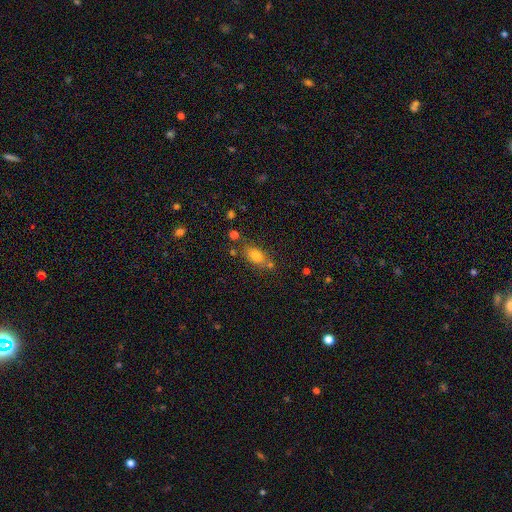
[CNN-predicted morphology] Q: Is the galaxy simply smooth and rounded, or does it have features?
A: smooth — 76%.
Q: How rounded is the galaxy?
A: in between — 79%.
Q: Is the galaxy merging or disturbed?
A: none — 66%.